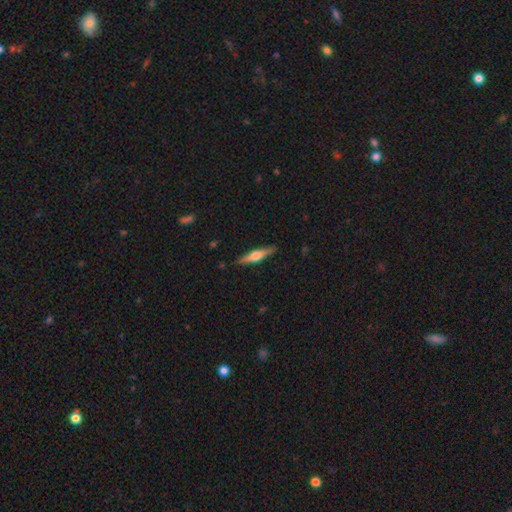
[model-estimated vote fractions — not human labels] Q: Smooth or featured?
A: featured or disk (57%); runner-up: smooth (38%)
Q: Edge-on disk?
A: yes (96%); runner-up: no (4%)
Q: Edge-on bulge?
A: rounded (88%); runner-up: boxy (8%)
Q: Merging?
A: none (88%); runner-up: minor disturbance (9%)